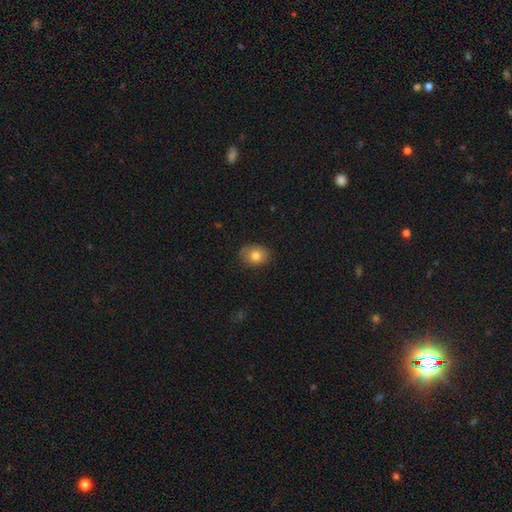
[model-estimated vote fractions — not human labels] This appears to be a smooth galaxy with no disk features (78%) that is in between round and cigar-shaped (58%). Merging: none (82%).